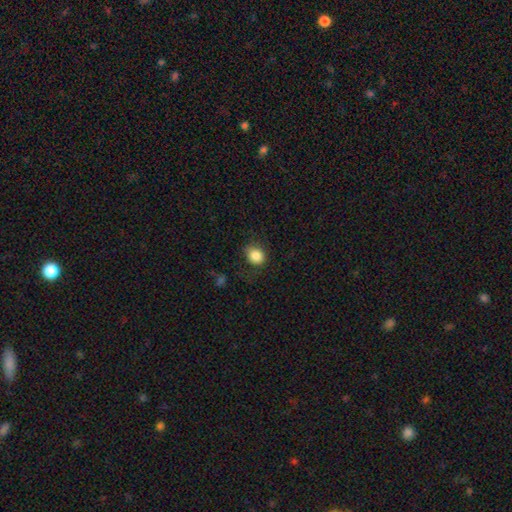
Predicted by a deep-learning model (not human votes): The model was most divided on "how rounded": round: 64%, in between: 35%, cigar-shaped: 1%. More confident: smooth or featured — smooth (85%); merging — none (71%).